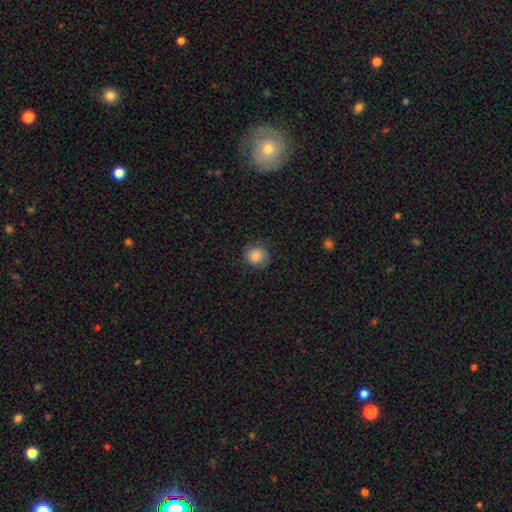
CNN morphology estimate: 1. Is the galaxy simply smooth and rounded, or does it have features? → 78% smooth, 13% featured or disk, 9% star or artifact.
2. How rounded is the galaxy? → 81% round, 18% in between, 1% cigar-shaped.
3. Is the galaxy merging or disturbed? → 79% none, 16% minor disturbance, 5% major disturbance, 1% merger.